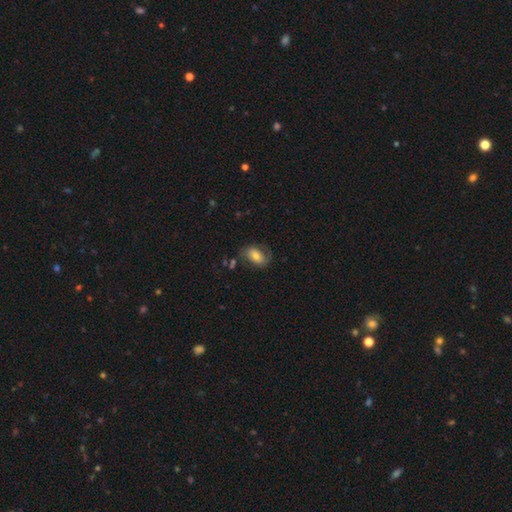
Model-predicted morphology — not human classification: A smooth galaxy with no disk features (61%) that is in between round and cigar-shaped (86%). Merging: none (61%).